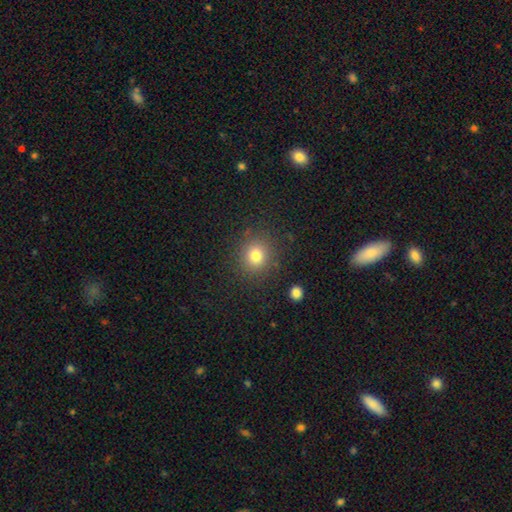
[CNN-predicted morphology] type=smooth (79%); roundness=round (84%); merging=none (87%).